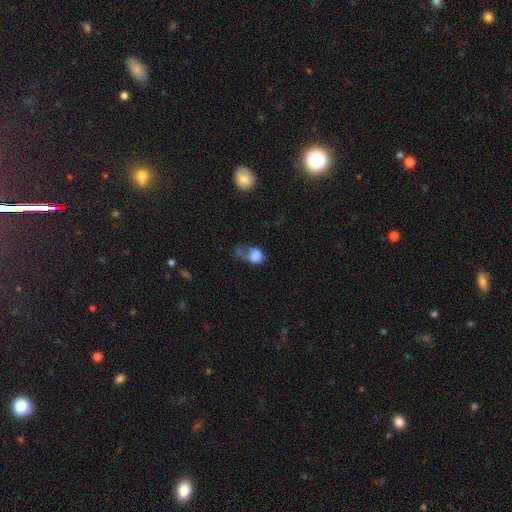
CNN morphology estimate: Q: Smooth or featured?
A: smooth (76%); runner-up: featured or disk (14%)
Q: How rounded?
A: in between (53%); runner-up: round (46%)
Q: Merging?
A: major disturbance (47%); runner-up: minor disturbance (22%)